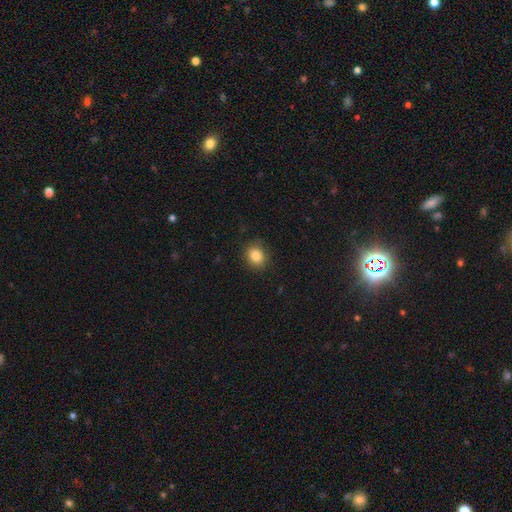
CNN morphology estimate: The model was most divided on "how rounded": round: 64%, in between: 35%, cigar-shaped: 1%. More confident: merging — none (85%); smooth or featured — smooth (85%).